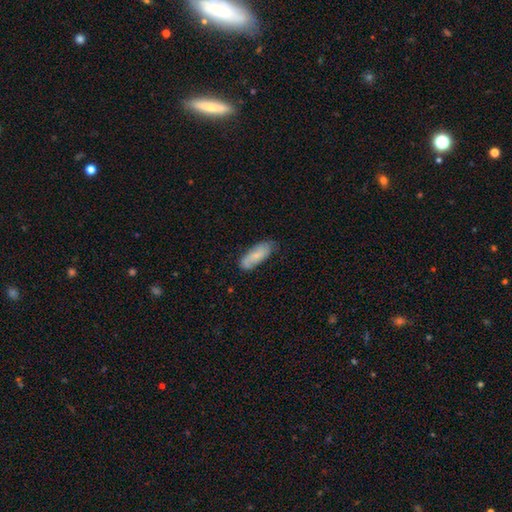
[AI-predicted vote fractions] This is likely a smooth galaxy (65%). How rounded: likely in between (75%). Merging: likely none (69%).